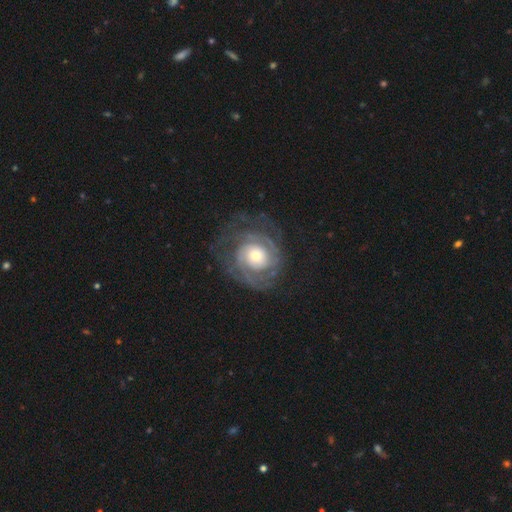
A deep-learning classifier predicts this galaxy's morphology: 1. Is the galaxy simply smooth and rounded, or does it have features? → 85% featured or disk, 10% smooth, 5% star or artifact.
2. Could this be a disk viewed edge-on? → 98% no, 2% yes.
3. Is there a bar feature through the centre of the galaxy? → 77% no, 18% weak, 5% strong.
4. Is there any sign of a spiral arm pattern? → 94% yes, 6% no.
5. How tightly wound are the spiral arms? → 64% tight, 28% medium, 8% loose.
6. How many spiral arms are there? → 34% 2, 27% can't tell, 19% 3, 7% 4, 7% 1, 6% more than 4.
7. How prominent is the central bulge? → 54% moderate, 24% small, 19% large, 2% dominant, 1% none.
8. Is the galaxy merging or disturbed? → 70% none, 16% minor disturbance, 13% major disturbance, 1% merger.